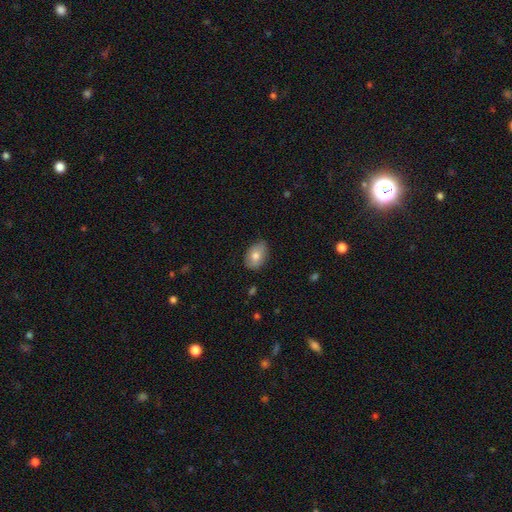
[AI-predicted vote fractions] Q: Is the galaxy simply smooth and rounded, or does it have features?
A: smooth — 76%.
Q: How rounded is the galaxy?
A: in between — 83%.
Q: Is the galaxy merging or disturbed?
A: none — 79%.